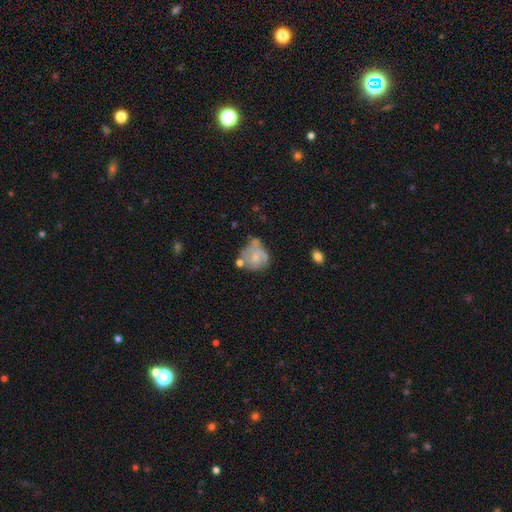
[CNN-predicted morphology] Smooth or featured? featured or disk (50%)
Edge-on disk? no (98%)
Merging? none (36%)